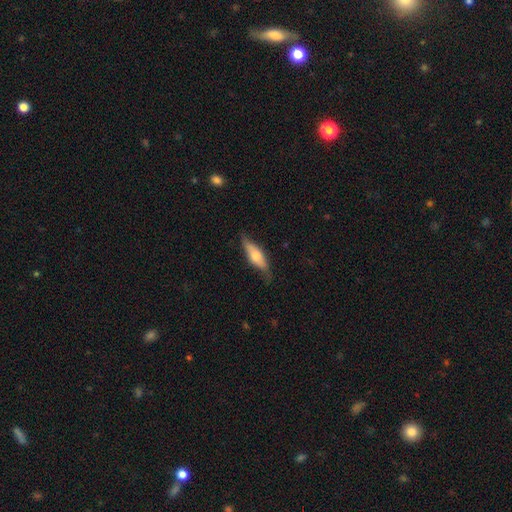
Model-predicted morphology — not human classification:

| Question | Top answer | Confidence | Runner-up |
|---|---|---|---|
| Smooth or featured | smooth | 55% | featured or disk (40%) |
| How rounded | cigar-shaped | 50% | in between (48%) |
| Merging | none | 70% | minor disturbance (23%) |